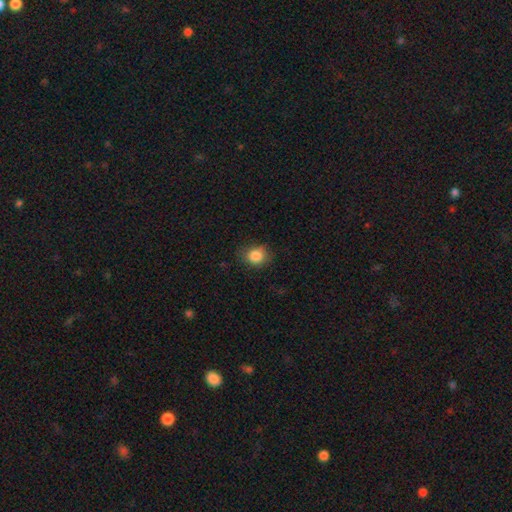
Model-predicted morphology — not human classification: Smooth or featured: smooth — 85% (star or artifact — 10%)
How rounded: round — 66% (in between — 33%)
Merging: none — 78% (minor disturbance — 17%)